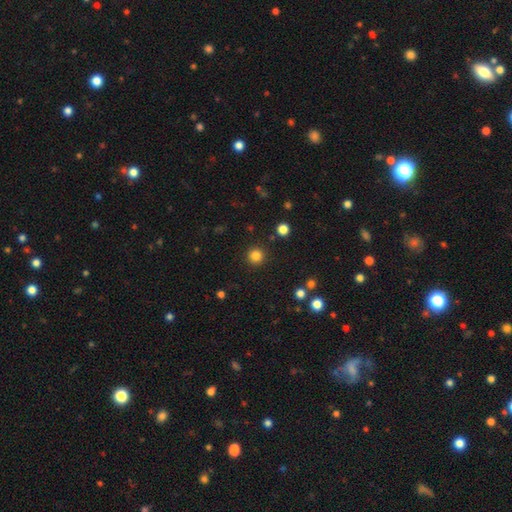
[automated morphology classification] A smooth galaxy with no disk features (83%) that is round (95%).

Vote fractions:
- Smooth or featured? smooth: 83% / star or artifact: 13% / featured or disk: 4%
- How rounded? round: 95% / in between: 4% / cigar-shaped: 1%
- Merging? none: 91% / minor disturbance: 5% / major disturbance: 2% / merger: 1%